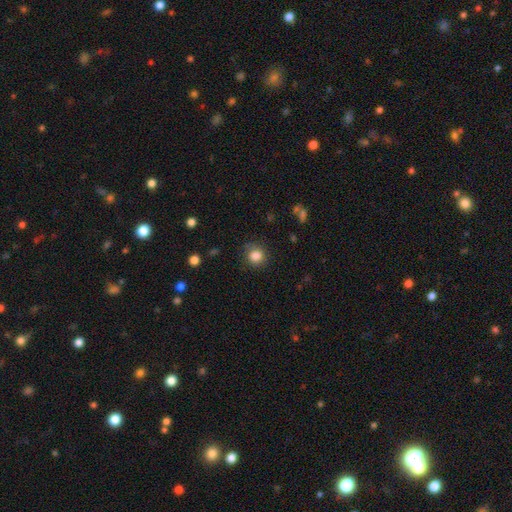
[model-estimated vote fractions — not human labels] Smooth or featured? Predicted: smooth (p=0.84). How rounded? Predicted: round (p=0.87). Merging? Predicted: none (p=0.79).